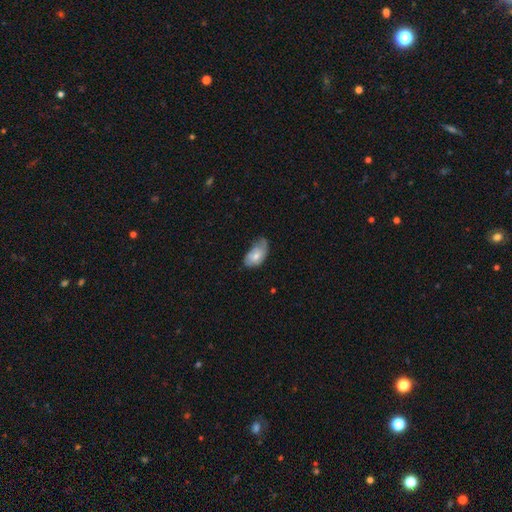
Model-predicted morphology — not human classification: smooth 62%, featured or disk 31%, star or artifact 6%. Down the decision tree: how rounded — in between (93%); merging — minor disturbance (45%).